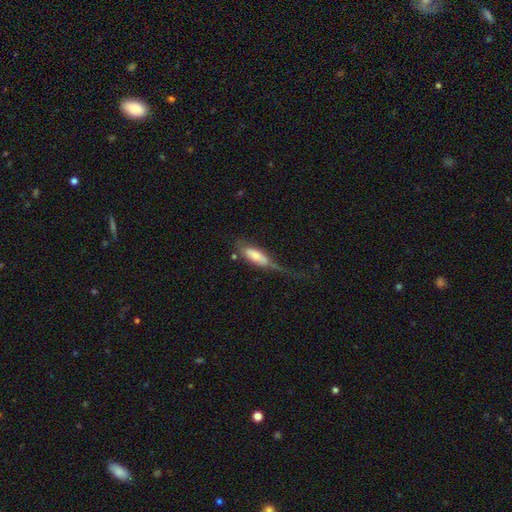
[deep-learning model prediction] This is likely a smooth galaxy (64%). How rounded: likely in between (67%). Merging: marginally major disturbance (40%).